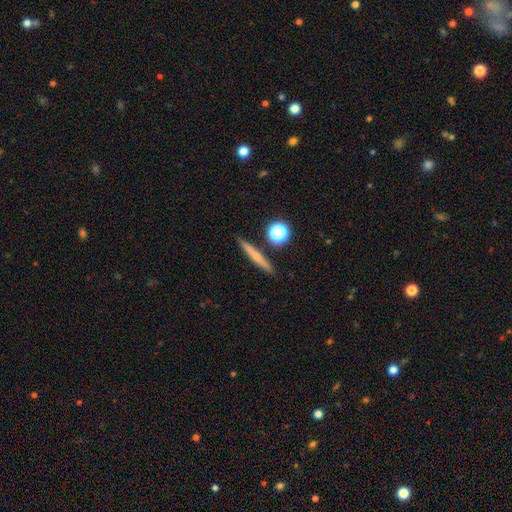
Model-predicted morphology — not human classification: Smooth or featured?
  - smooth: 49% *
  - featured or disk: 41%
  - star or artifact: 10%
Merging?
  - none: 87% *
  - minor disturbance: 8%
  - merger: 3%
  - major disturbance: 2%